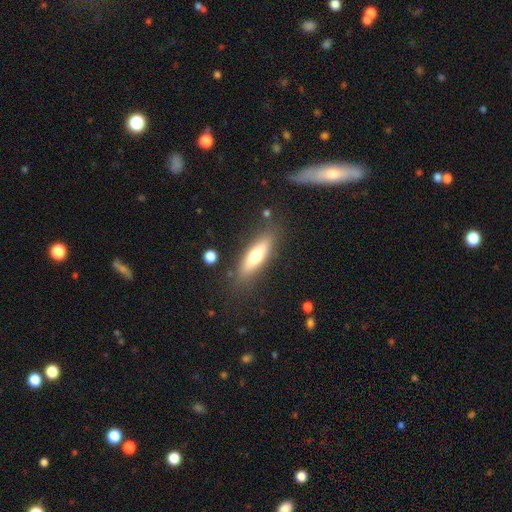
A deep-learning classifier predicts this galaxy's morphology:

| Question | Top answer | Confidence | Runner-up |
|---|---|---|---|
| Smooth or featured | smooth | 62% | featured or disk (32%) |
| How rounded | cigar-shaped | 61% | in between (37%) |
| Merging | none | 81% | minor disturbance (12%) |